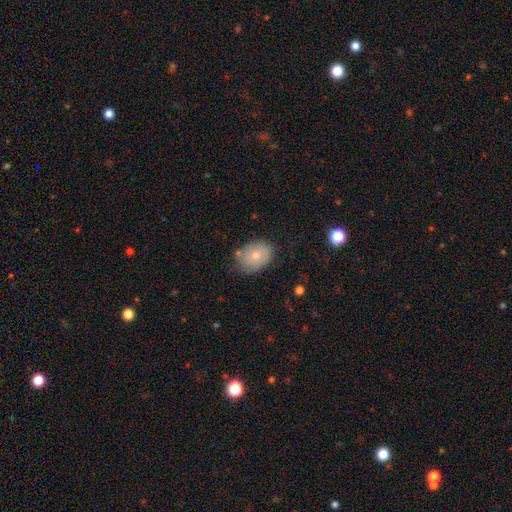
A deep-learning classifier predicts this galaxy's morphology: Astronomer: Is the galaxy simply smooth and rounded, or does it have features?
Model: smooth — 75%.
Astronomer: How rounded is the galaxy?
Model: in between — 71%.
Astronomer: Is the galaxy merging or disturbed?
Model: none — 70%.